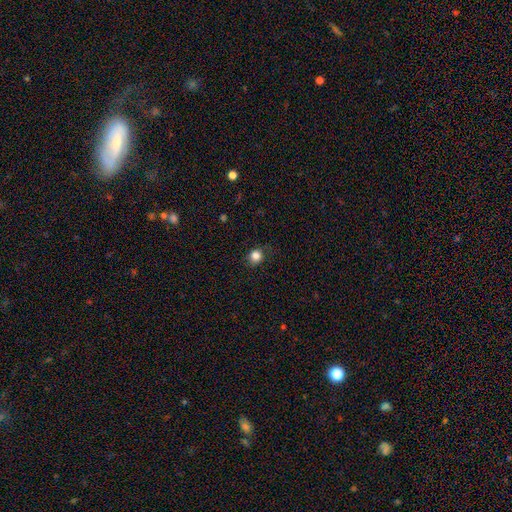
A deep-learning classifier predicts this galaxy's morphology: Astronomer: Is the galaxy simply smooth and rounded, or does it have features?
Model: smooth — 83%.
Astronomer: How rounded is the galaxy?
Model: round — 80%.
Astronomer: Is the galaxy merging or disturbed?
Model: none — 77%.